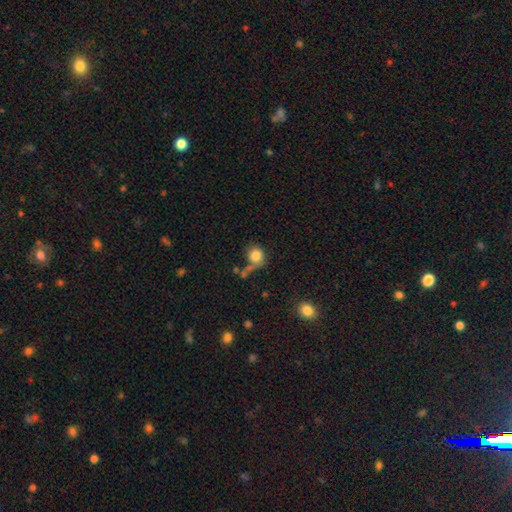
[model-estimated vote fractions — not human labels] This appears to be a smooth galaxy with no disk features (83%) that is round (78%). Merging: none (50%).